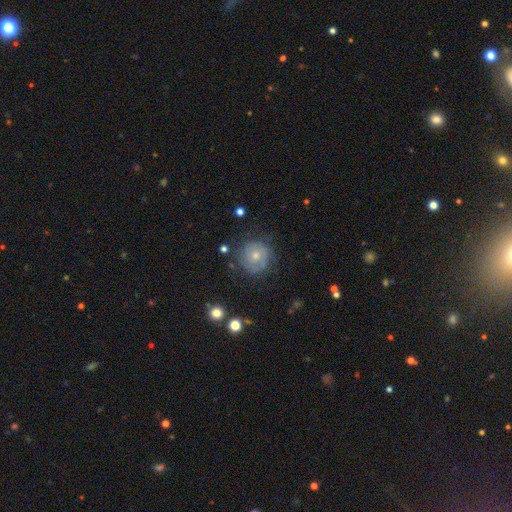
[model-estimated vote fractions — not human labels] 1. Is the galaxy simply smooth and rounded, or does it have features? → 56% featured or disk, 36% smooth, 8% star or artifact.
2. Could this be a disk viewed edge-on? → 98% no, 2% yes.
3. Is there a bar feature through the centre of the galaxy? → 76% no, 21% weak, 3% strong.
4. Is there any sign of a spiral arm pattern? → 83% yes, 17% no.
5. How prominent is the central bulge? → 53% small, 42% moderate, 2% none, 2% large, 1% dominant.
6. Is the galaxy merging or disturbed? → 73% none, 18% minor disturbance, 7% major disturbance, 2% merger.